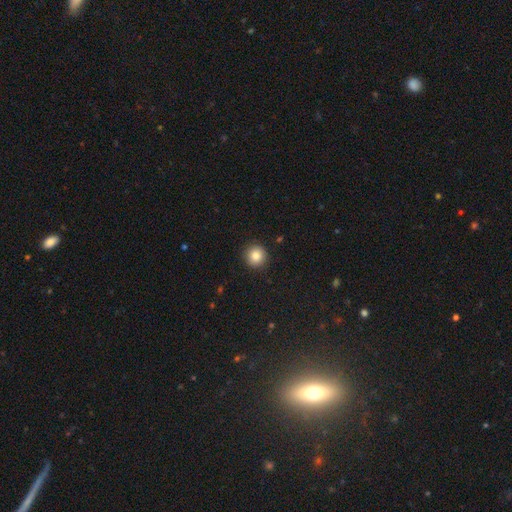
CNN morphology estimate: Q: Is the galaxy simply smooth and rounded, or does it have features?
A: smooth — 85%.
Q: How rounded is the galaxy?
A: round — 94%.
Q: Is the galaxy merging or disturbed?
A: none — 92%.